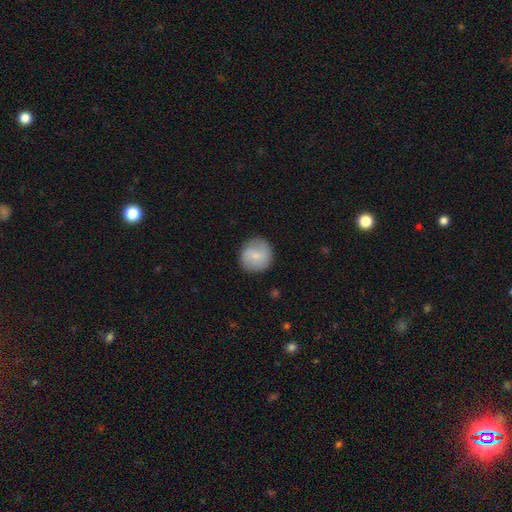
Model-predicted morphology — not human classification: This is likely a smooth galaxy (75%). How rounded: clearly round (93%). Merging: clearly none (85%).